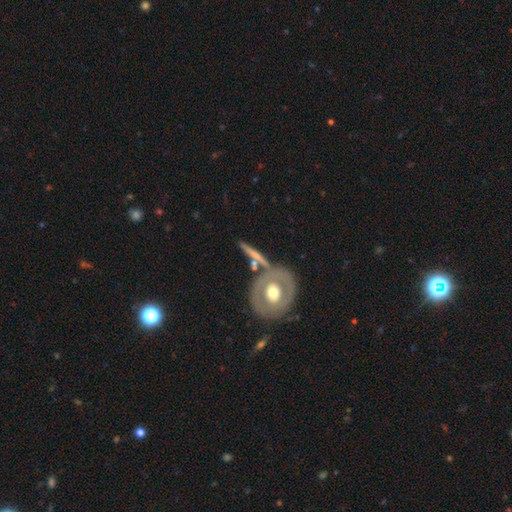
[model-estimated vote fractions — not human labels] Smooth or featured? featured or disk (58%)
Edge-on disk? yes (54%)
Merging? none (69%)